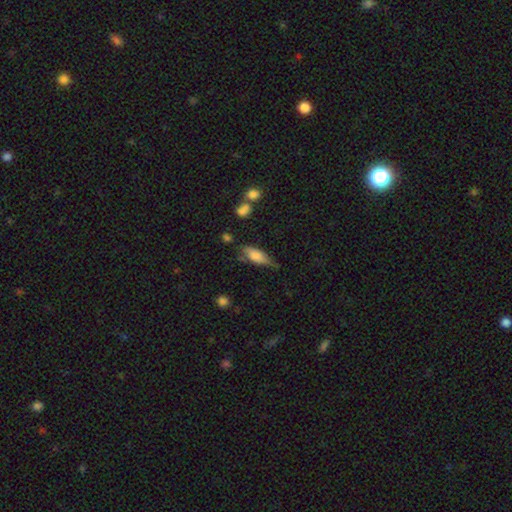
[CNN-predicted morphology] smooth-or-featured: smooth: 67% | featured or disk: 25% | star or artifact: 8%
  how-rounded: in between: 69% | cigar-shaped: 28% | round: 3%
  merging: none: 50% | minor disturbance: 34% | major disturbance: 11% | merger: 5%